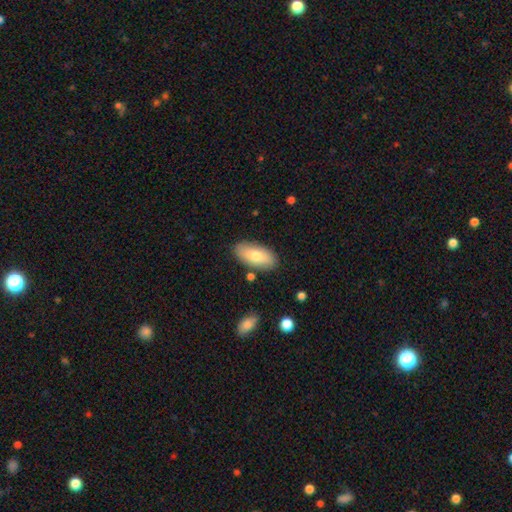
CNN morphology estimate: Q: Smooth or featured?
A: smooth (72%); runner-up: featured or disk (22%)
Q: How rounded?
A: in between (91%); runner-up: cigar-shaped (7%)
Q: Merging?
A: none (84%); runner-up: minor disturbance (11%)